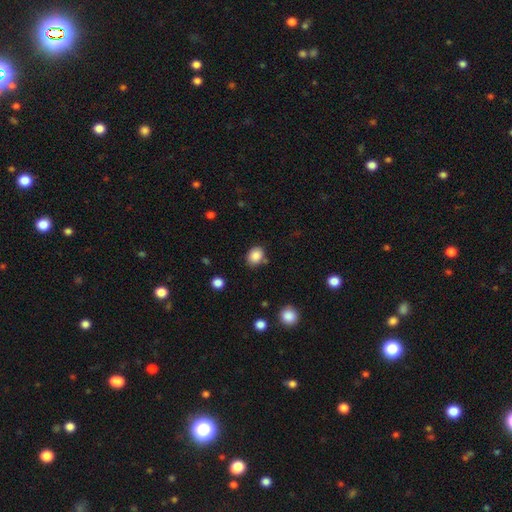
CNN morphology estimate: smooth_or_featured: smooth (p=0.87) [alt: star or artifact p=0.09]
how_rounded: in between (p=0.57) [alt: round p=0.42]
merging: none (p=0.77) [alt: minor disturbance p=0.14]